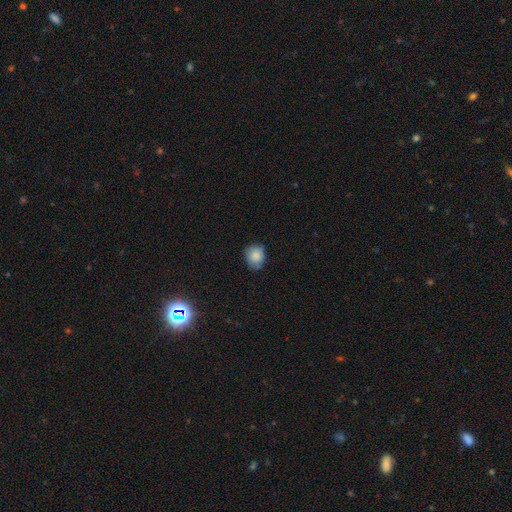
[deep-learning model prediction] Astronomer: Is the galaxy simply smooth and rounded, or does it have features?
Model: smooth — 83%.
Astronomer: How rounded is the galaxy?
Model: round — 64%.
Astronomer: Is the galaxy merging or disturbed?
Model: none — 72%.